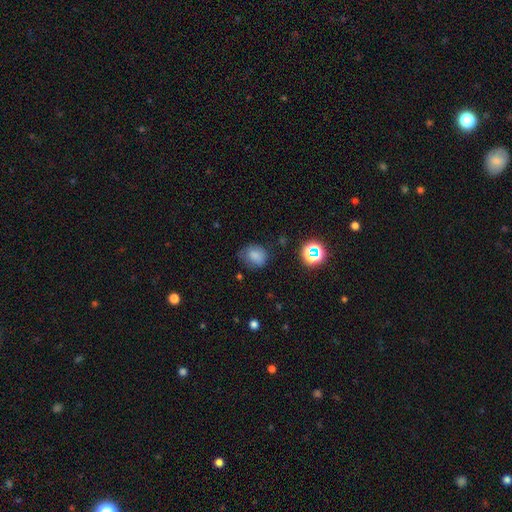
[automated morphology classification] A smooth galaxy with no disk features (76%) that is round (57%).

Vote fractions:
- Smooth or featured? smooth: 76% / star or artifact: 14% / featured or disk: 10%
- How rounded? round: 57% / in between: 42% / cigar-shaped: 1%
- Merging? none: 61% / minor disturbance: 28% / major disturbance: 9% / merger: 2%